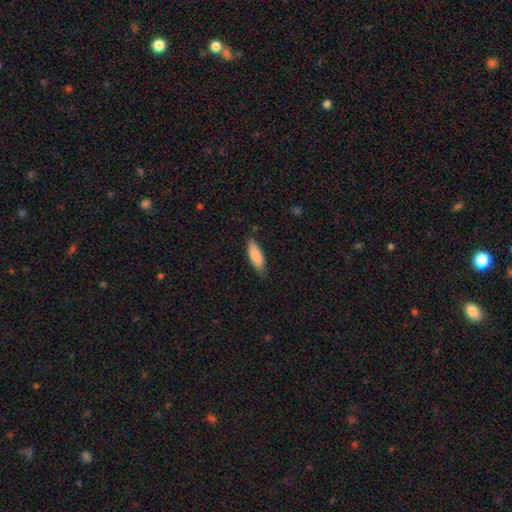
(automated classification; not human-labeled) Overall: smooth (86%). How rounded: in between (62%; cigar-shaped 36%). Merging: none (78%).